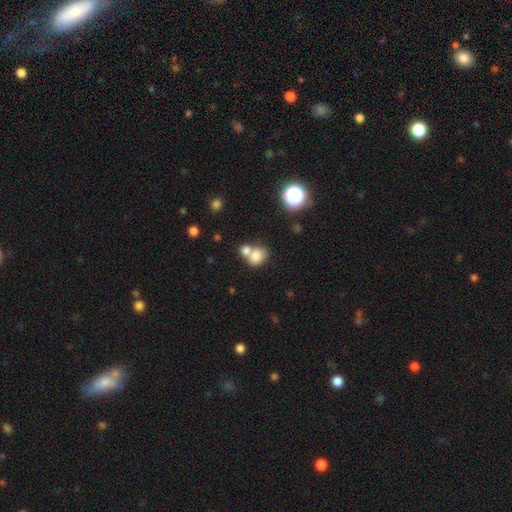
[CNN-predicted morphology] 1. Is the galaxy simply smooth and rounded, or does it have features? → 78% smooth, 11% star or artifact, 11% featured or disk.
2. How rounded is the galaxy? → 54% round, 45% in between, 1% cigar-shaped.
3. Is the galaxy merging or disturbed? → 53% merger, 34% none, 9% minor disturbance, 4% major disturbance.